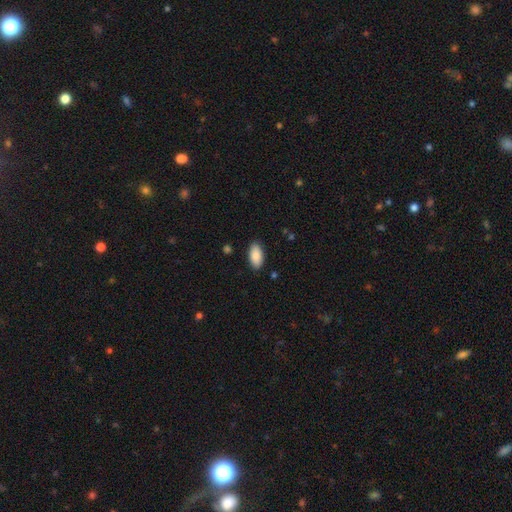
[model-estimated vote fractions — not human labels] Morphology: type=smooth (88%); roundness=in between (94%); merging=none (88%).